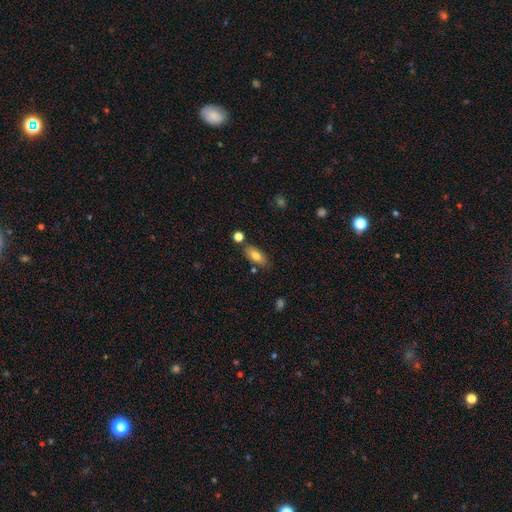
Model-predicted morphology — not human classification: type=smooth (76%); roundness=in between (83%); merging=none (77%).